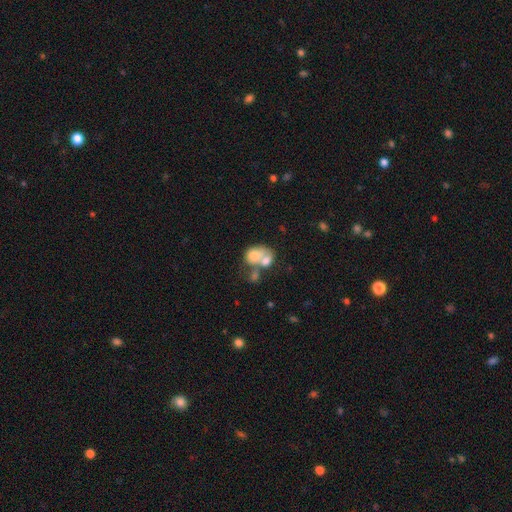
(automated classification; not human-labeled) smooth 64%, featured or disk 27%, star or artifact 9%. Down the decision tree: how rounded — in between (63%); merging — merger (64%).